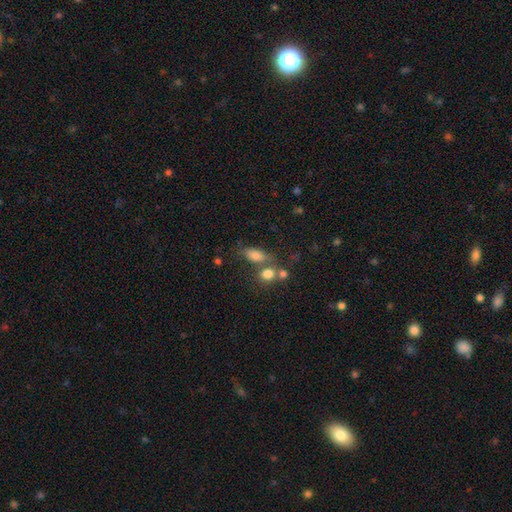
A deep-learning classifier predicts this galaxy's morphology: Overall: smooth (75%). How rounded: in between (77%). Merging: none (51%; merger 28%).